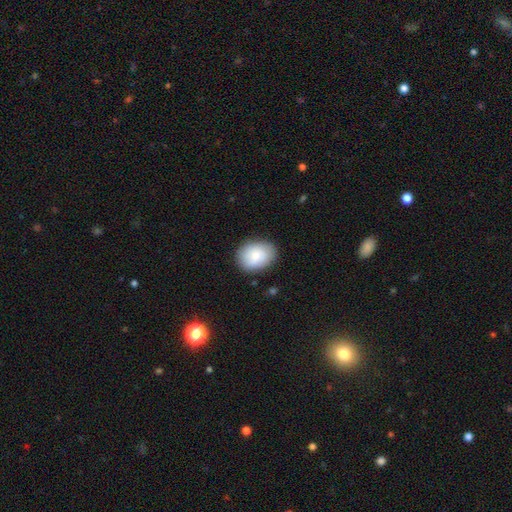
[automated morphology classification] Q: Smooth or featured?
A: smooth (76%); runner-up: featured or disk (17%)
Q: How rounded?
A: in between (56%); runner-up: round (43%)
Q: Merging?
A: none (81%); runner-up: minor disturbance (14%)